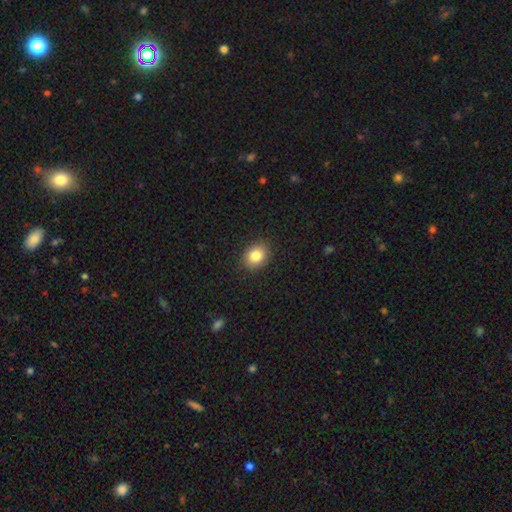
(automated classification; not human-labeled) smooth-or-featured: smooth: 83% | star or artifact: 10% | featured or disk: 7%
  how-rounded: round: 51% | in between: 48% | cigar-shaped: 1%
  merging: none: 89% | minor disturbance: 8% | major disturbance: 2% | merger: 1%